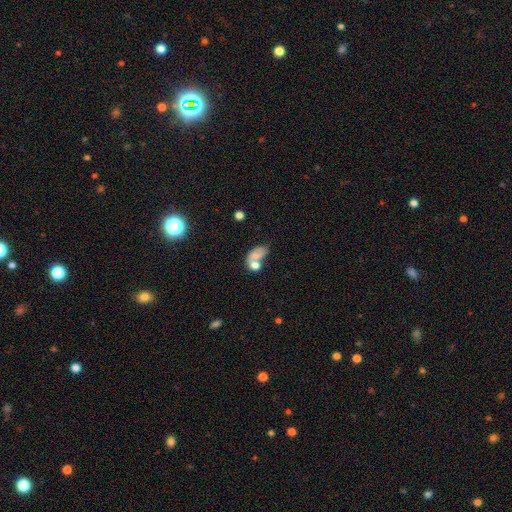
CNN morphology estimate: The model was most divided on "smooth or featured": smooth: 62%, featured or disk: 28%, star or artifact: 10%. More confident: how rounded — in between (79%); merging — merger (56%).